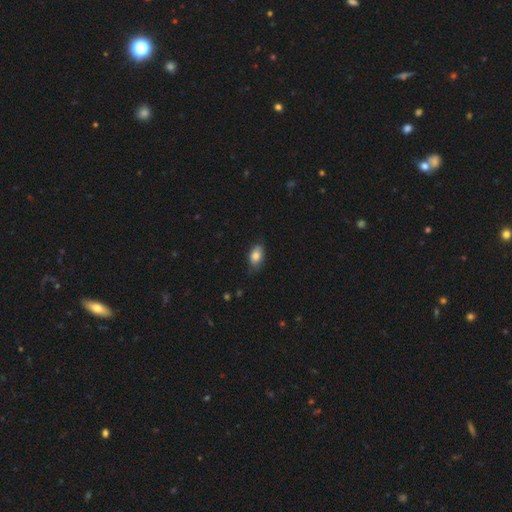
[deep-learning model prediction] Smooth or featured? Predicted: smooth (p=0.83). How rounded? Predicted: in between (p=0.90). Merging? Predicted: none (p=0.71).